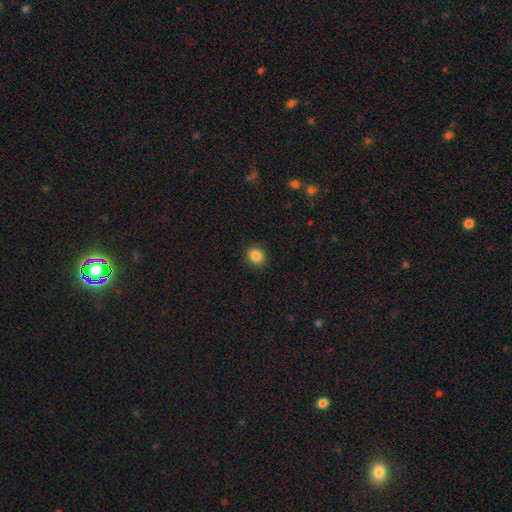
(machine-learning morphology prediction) Q: Smooth or featured?
A: smooth (86%); runner-up: star or artifact (10%)
Q: How rounded?
A: round (71%); runner-up: in between (28%)
Q: Merging?
A: none (90%); runner-up: minor disturbance (7%)